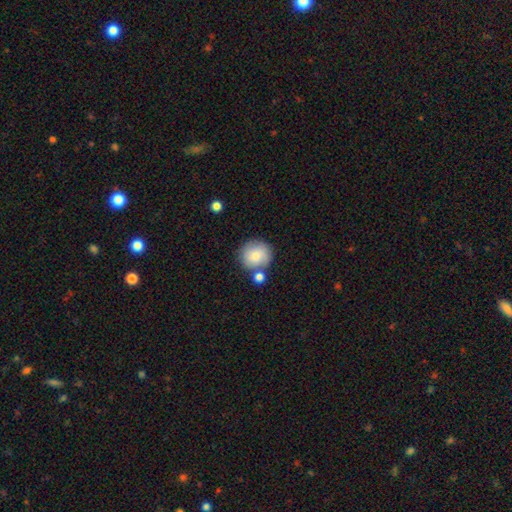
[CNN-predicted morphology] Smooth or featured: smooth — 78% (featured or disk — 15%)
How rounded: round — 90% (in between — 9%)
Merging: none — 65% (merger — 18%)